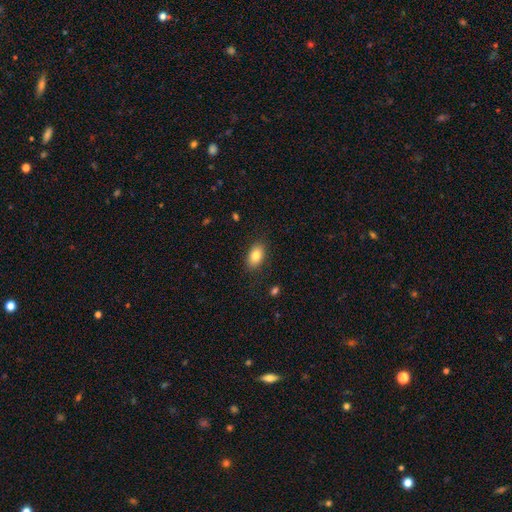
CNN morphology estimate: A smooth galaxy with no disk features (82%) that is in between round and cigar-shaped (90%). Merging: none (86%).